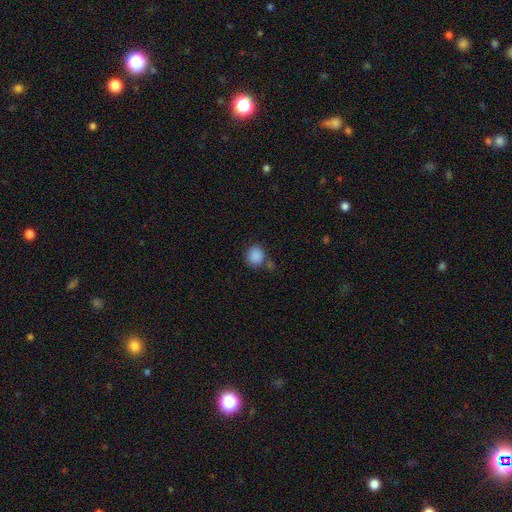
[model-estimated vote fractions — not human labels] Smooth or featured? Predicted: smooth (p=0.88). How rounded? Predicted: round (p=0.85). Merging? Predicted: none (p=0.72).